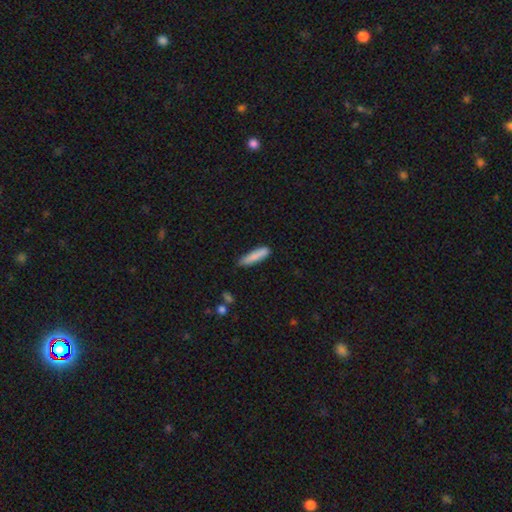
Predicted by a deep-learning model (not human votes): This appears to be a smooth galaxy with no disk features (85%) that is cigar-shaped (80%). Merging: none (78%).